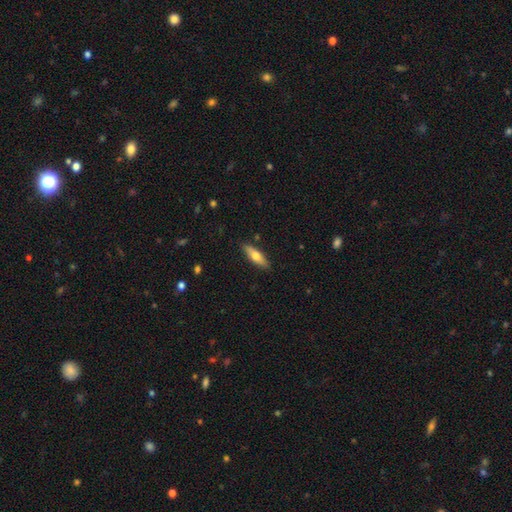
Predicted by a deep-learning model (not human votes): This is likely a smooth galaxy (61%). How rounded: possibly cigar-shaped (56%). Merging: clearly none (87%).